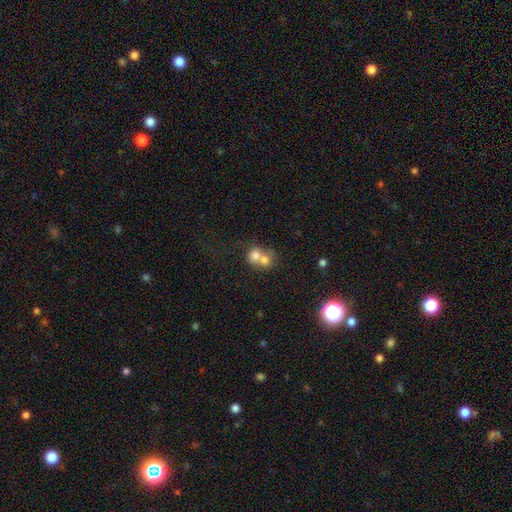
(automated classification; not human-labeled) smooth_or_featured: smooth (p=0.71) [alt: featured or disk p=0.18]
how_rounded: round (p=0.75) [alt: in between p=0.24]
merging: merger (p=0.70) [alt: none p=0.22]